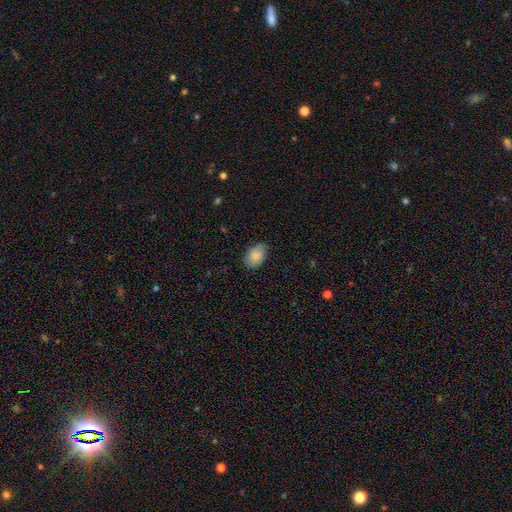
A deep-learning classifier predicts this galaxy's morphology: This is clearly a smooth galaxy (85%). How rounded: clearly in between (88%). Merging: clearly none (81%).